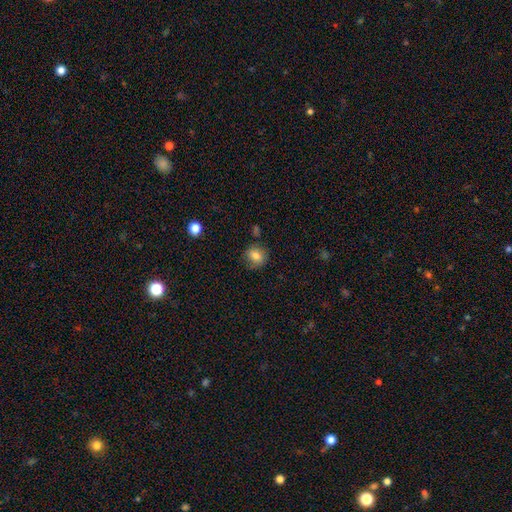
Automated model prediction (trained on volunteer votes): The model was most divided on "how rounded": round: 81%, in between: 18%, cigar-shaped: 1%. More confident: merging — none (80%); smooth or featured — smooth (79%).